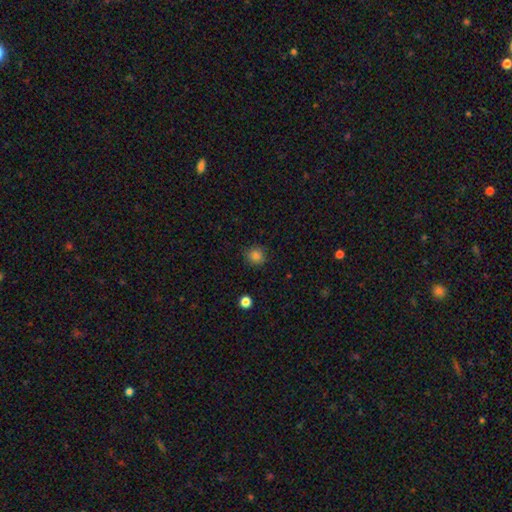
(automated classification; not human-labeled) smooth_or_featured: smooth (p=0.84) [alt: star or artifact p=0.12]
how_rounded: round (p=0.89) [alt: in between p=0.10]
merging: none (p=0.89) [alt: minor disturbance p=0.07]